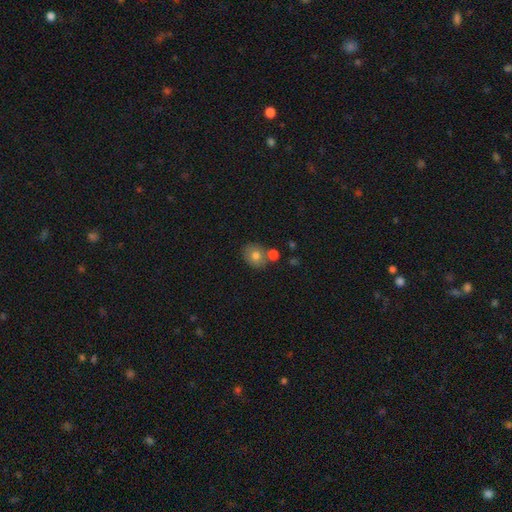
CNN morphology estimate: smooth-or-featured: smooth: 77% | featured or disk: 14% | star or artifact: 10%
  how-rounded: round: 67% | in between: 32% | cigar-shaped: 1%
  merging: none: 60% | merger: 24% | minor disturbance: 13% | major disturbance: 4%